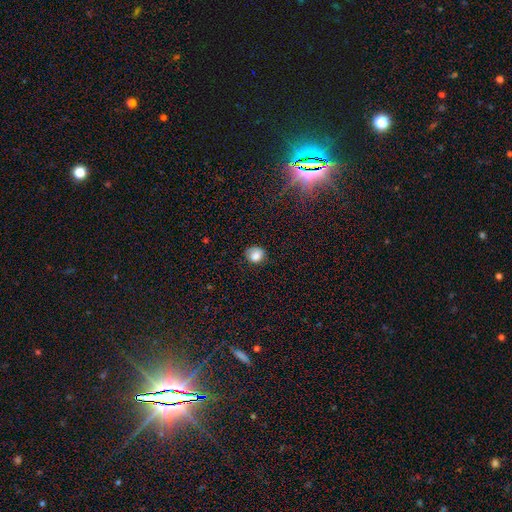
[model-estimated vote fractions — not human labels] Overall: smooth (81%). How rounded: round (73%). Merging: none (74%).